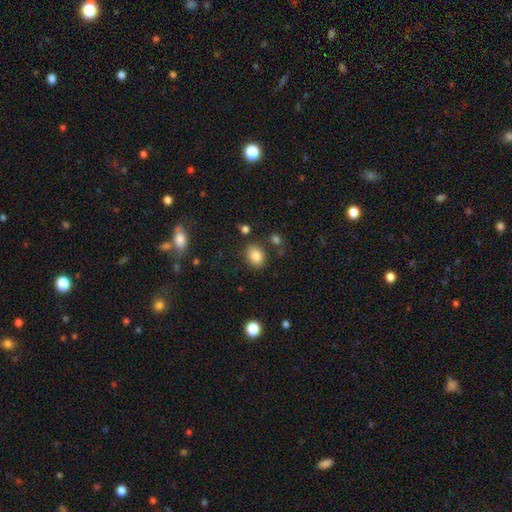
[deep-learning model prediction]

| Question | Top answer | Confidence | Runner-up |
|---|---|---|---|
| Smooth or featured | smooth | 85% | star or artifact (10%) |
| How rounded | in between | 59% | round (40%) |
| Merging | none | 81% | minor disturbance (11%) |